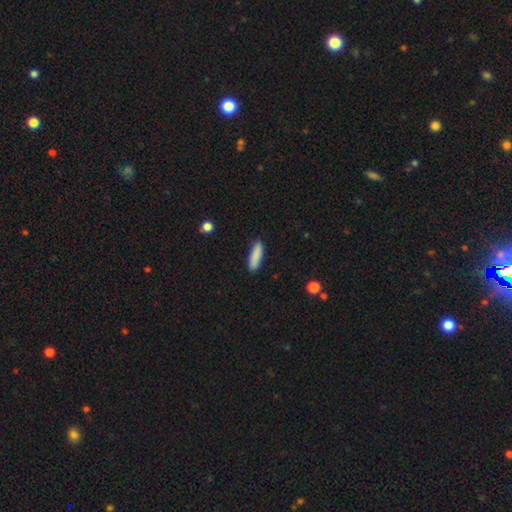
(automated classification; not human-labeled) A smooth galaxy with no disk features (88%) that is cigar-shaped (67%). Merging: none (89%).